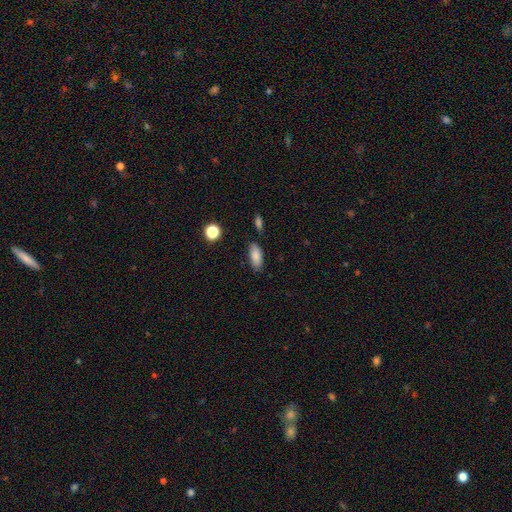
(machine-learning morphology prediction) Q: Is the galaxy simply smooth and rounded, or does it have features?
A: smooth — 85%.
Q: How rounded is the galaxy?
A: in between — 84%.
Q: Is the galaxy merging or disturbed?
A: none — 80%.